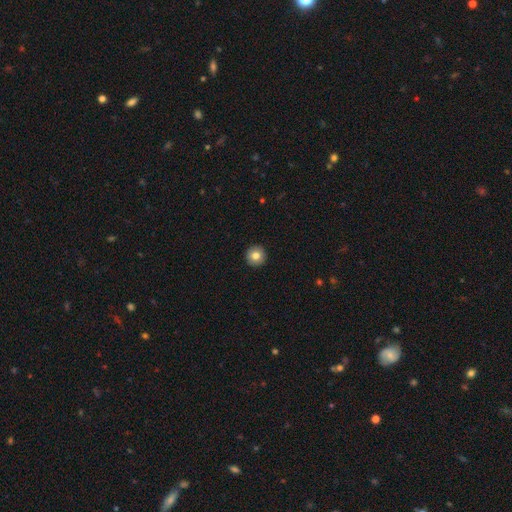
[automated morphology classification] Overall: smooth (79%). How rounded: round (96%). Merging: none (93%).